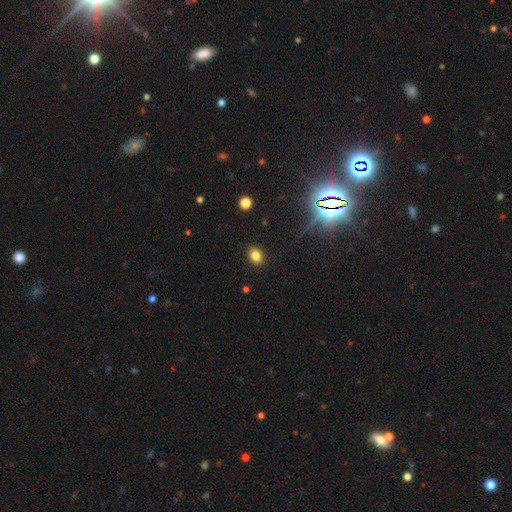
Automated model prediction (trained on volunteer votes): smooth-or-featured: smooth: 81% | star or artifact: 13% | featured or disk: 6%
  how-rounded: in between: 65% | round: 33% | cigar-shaped: 1%
  merging: none: 88% | minor disturbance: 8% | major disturbance: 2% | merger: 1%